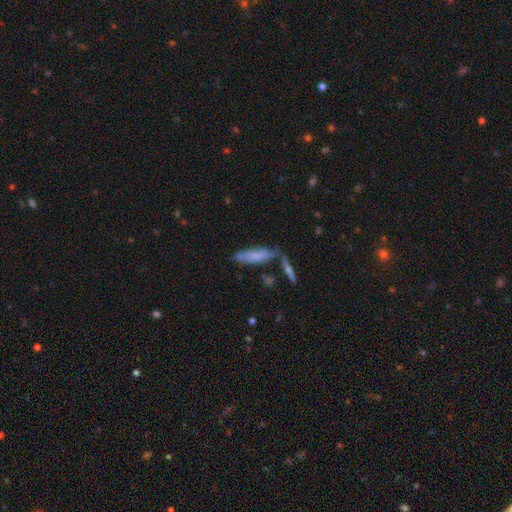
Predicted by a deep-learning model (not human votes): smooth-or-featured: smooth: 65% | featured or disk: 27% | star or artifact: 8%
  how-rounded: cigar-shaped: 64% | in between: 34% | round: 2%
  merging: none: 60% | minor disturbance: 20% | merger: 14% | major disturbance: 6%